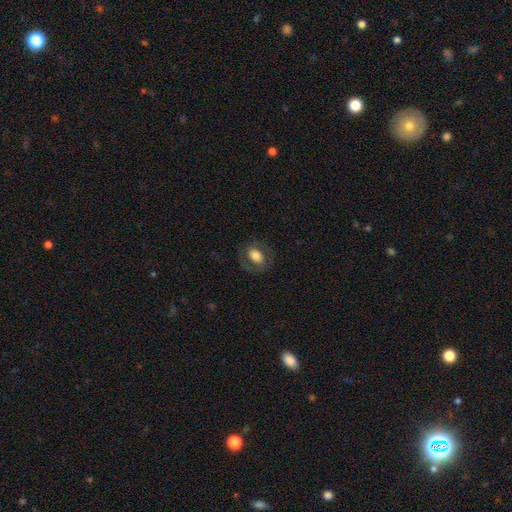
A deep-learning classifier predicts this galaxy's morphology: This is likely a smooth galaxy (68%). How rounded: likely in between (73%). Merging: likely none (77%).